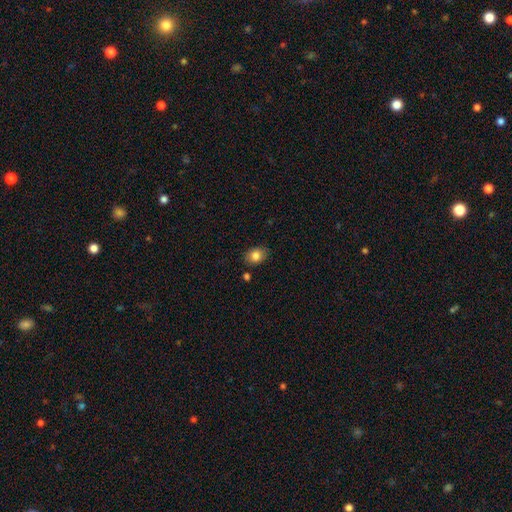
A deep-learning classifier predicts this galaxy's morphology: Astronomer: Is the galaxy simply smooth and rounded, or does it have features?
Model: smooth — 83%.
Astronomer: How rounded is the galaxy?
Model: in between — 69%.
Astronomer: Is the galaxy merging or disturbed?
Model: none — 82%.